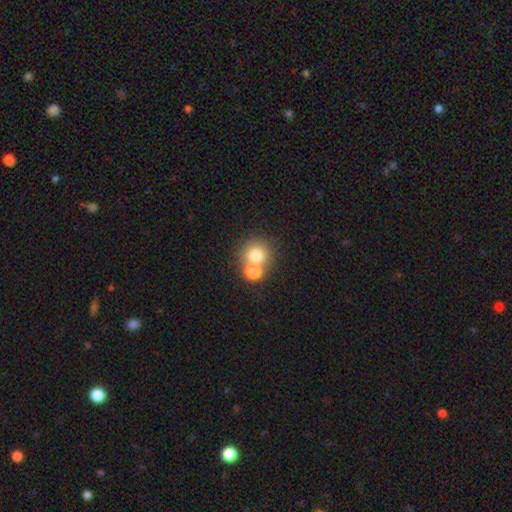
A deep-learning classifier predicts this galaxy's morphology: smooth 75%, star or artifact 13%, featured or disk 12%. Down the decision tree: how rounded — round (87%); merging — none (49%).